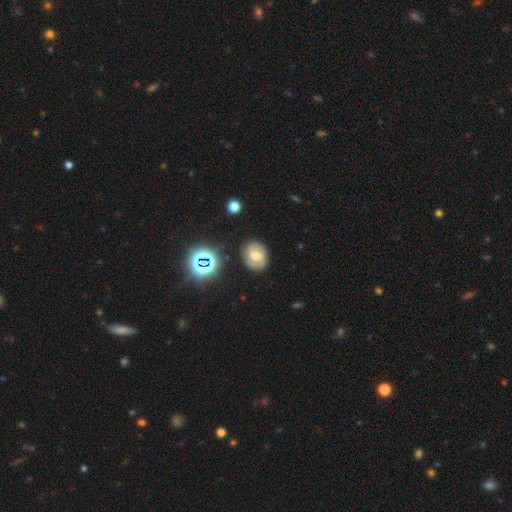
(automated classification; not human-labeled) The model was most divided on "smooth or featured": featured or disk: 46%, smooth: 38%, star or artifact: 16%. More confident: merging — none (80%).